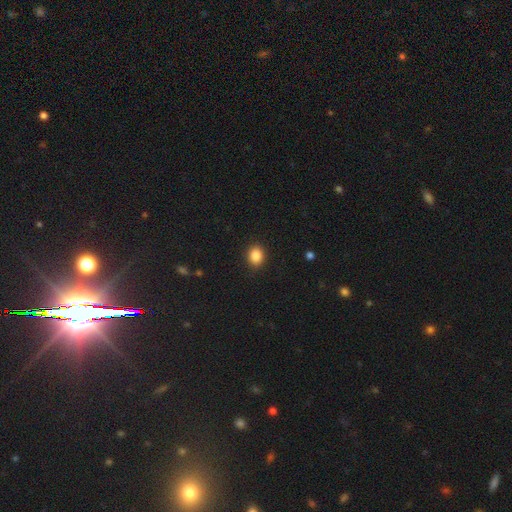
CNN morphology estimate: smooth 87%, star or artifact 10%, featured or disk 4%. Down the decision tree: how rounded — round (60%); merging — none (90%).